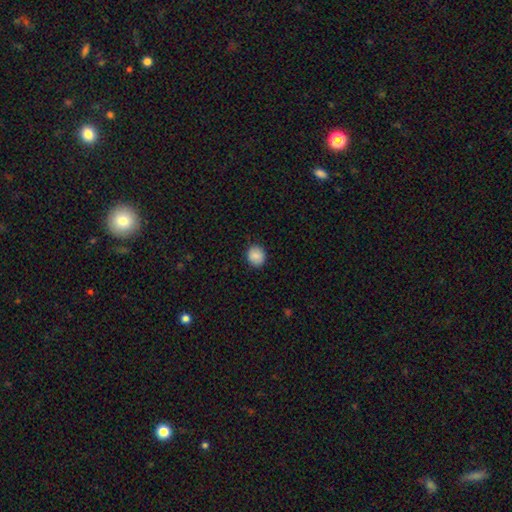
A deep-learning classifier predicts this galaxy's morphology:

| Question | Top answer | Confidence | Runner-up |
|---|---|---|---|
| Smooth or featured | smooth | 88% | star or artifact (8%) |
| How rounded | round | 78% | in between (21%) |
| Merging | none | 88% | minor disturbance (9%) |